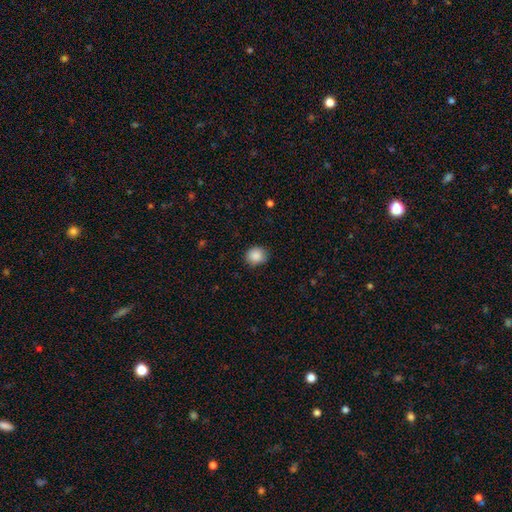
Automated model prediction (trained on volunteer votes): smooth_or_featured: smooth (p=0.88) [alt: star or artifact p=0.09]
how_rounded: round (p=0.77) [alt: in between p=0.22]
merging: none (p=0.85) [alt: minor disturbance p=0.12]